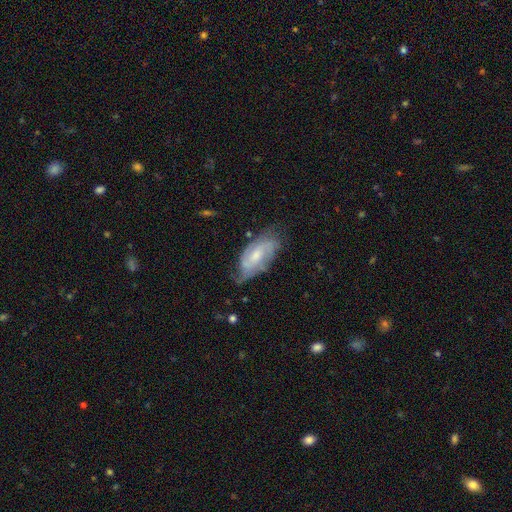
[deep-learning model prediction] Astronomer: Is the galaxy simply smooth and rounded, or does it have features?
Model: featured or disk — 70%.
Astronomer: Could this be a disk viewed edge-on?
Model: no — 92%.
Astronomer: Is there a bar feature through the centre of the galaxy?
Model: no — 49% (runner-up: weak, 42%).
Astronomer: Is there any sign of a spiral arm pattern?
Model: yes — 89%.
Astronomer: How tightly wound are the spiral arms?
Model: medium — 43% (runner-up: tight, 40%).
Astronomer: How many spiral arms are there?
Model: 2 — 50% (runner-up: can't tell, 29%).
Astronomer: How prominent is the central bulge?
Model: moderate — 50% (runner-up: small, 39%).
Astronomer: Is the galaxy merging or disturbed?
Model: none — 57%.